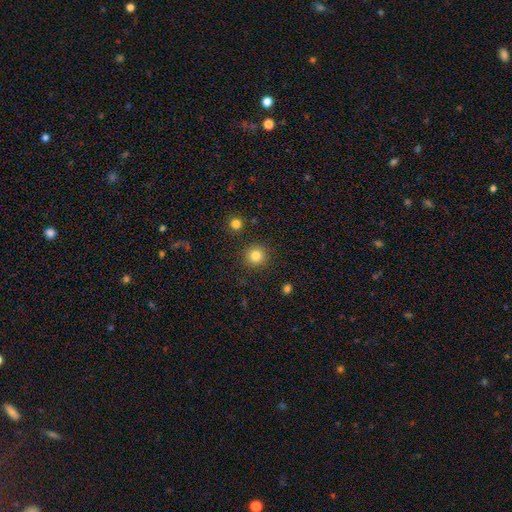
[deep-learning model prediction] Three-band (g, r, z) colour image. It shows a smooth galaxy with no disk features (83%) that is round (94%). Merging: none (90%).